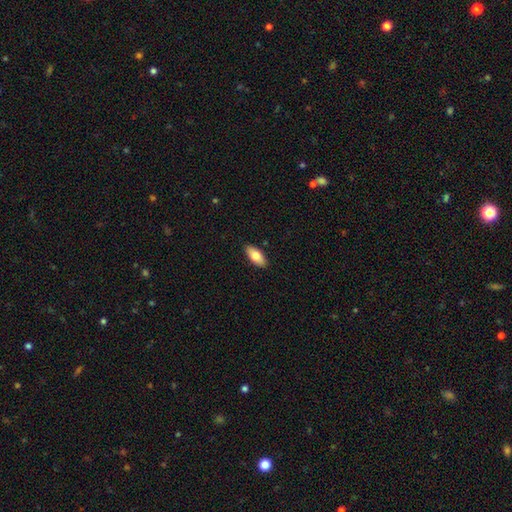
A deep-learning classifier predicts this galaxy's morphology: type=smooth (77%); roundness=in between (88%); merging=none (89%).